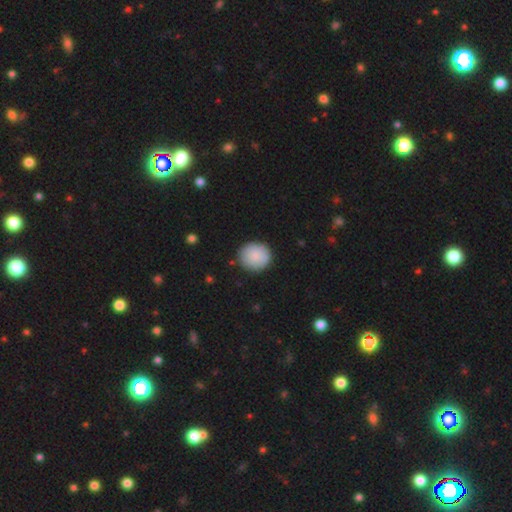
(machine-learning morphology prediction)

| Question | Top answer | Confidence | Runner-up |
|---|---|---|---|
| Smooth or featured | smooth | 86% | featured or disk (8%) |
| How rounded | round | 88% | in between (11%) |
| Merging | none | 86% | minor disturbance (10%) |